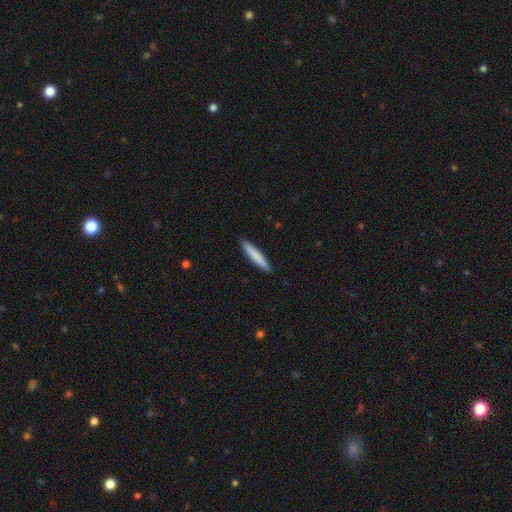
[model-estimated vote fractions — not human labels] This appears to be a smooth galaxy with no disk features (78%) that is cigar-shaped (93%). Merging: none (91%).